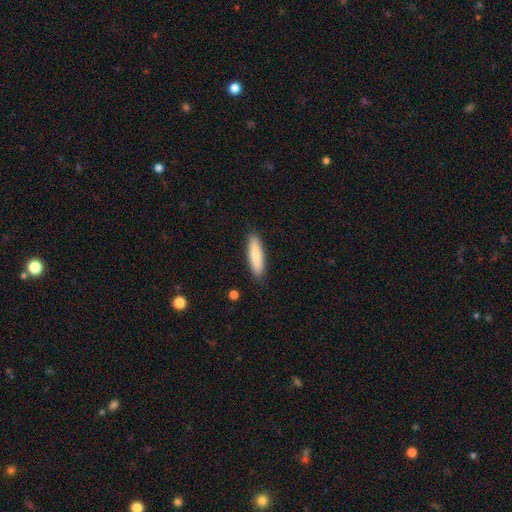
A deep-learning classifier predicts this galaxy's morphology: The model was most divided on "how rounded": cigar-shaped: 68%, in between: 30%, round: 1%. More confident: merging — none (89%); smooth or featured — smooth (83%).